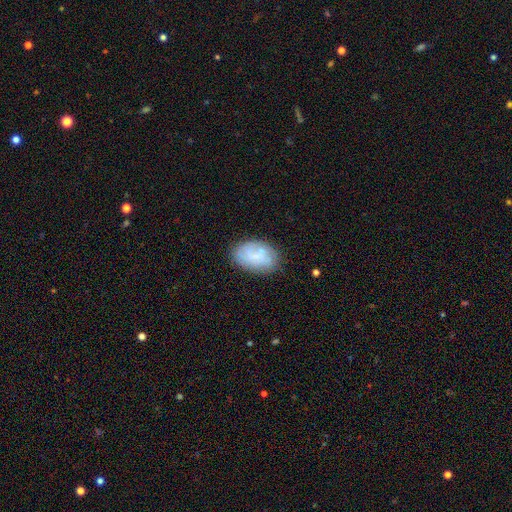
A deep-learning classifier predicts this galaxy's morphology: The model was most divided on "smooth or featured": smooth: 56%, featured or disk: 36%, star or artifact: 8%. More confident: how rounded — in between (88%); merging — none (71%).